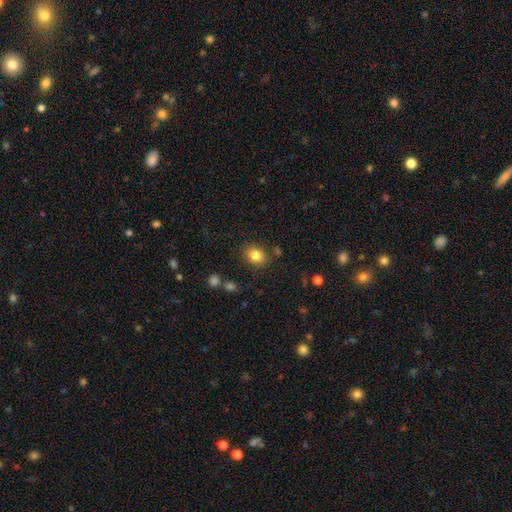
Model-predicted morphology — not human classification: Overall: smooth (83%). How rounded: in between (53%; round 46%). Merging: none (81%).